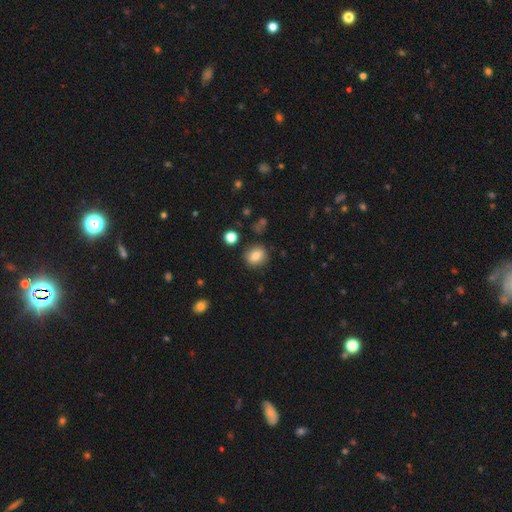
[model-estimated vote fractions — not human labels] smooth_or_featured: smooth (p=0.81) [alt: star or artifact p=0.10]
how_rounded: round (p=0.75) [alt: in between p=0.23]
merging: none (p=0.86) [alt: minor disturbance p=0.09]